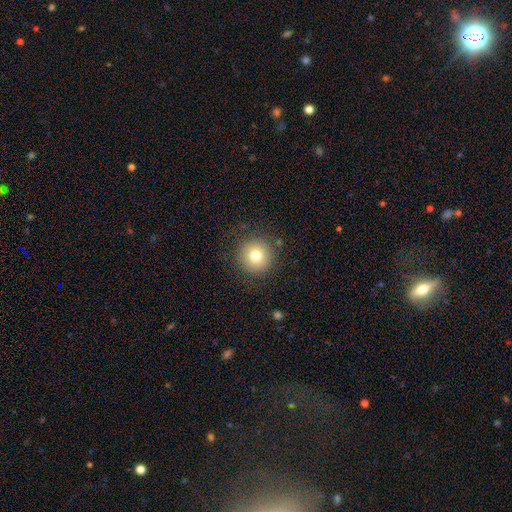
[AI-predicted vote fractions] Smooth or featured: smooth — 77% (star or artifact — 12%)
How rounded: round — 95% (in between — 4%)
Merging: none — 87% (minor disturbance — 8%)